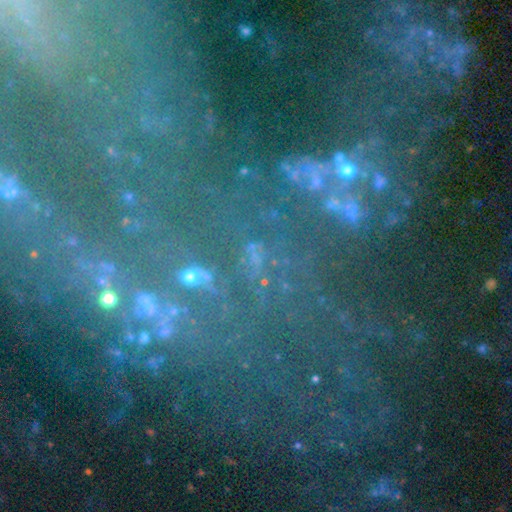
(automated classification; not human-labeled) The model was most divided on "smooth or featured": star or artifact: 51%, featured or disk: 29%, smooth: 21%.